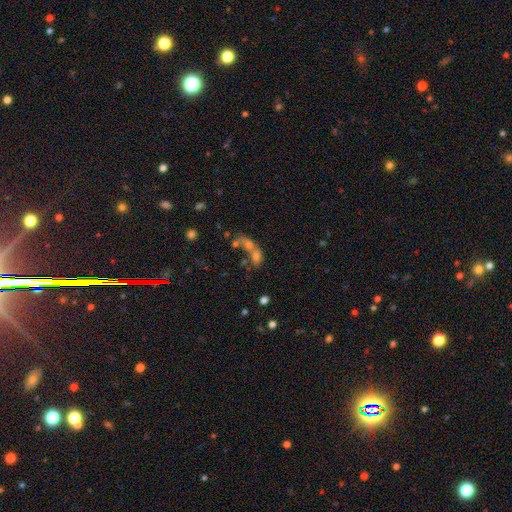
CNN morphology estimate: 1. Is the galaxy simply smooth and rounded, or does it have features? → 56% smooth, 27% featured or disk, 17% star or artifact.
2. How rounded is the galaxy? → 66% in between, 26% round, 8% cigar-shaped.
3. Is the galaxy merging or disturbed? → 67% merger, 17% none, 10% major disturbance, 7% minor disturbance.